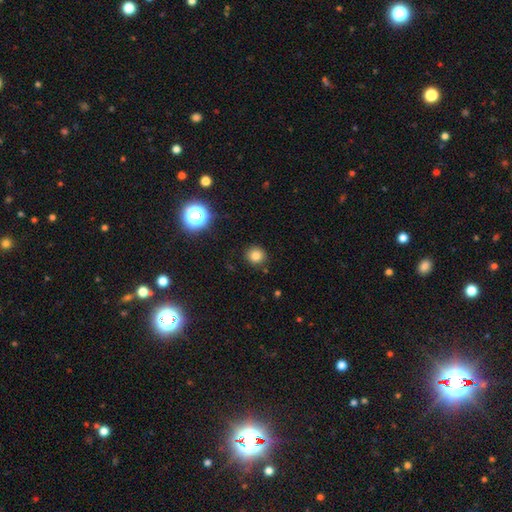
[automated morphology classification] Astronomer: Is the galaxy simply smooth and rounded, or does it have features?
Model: smooth — 80%.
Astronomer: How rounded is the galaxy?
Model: round — 91%.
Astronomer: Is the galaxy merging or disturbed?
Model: none — 89%.